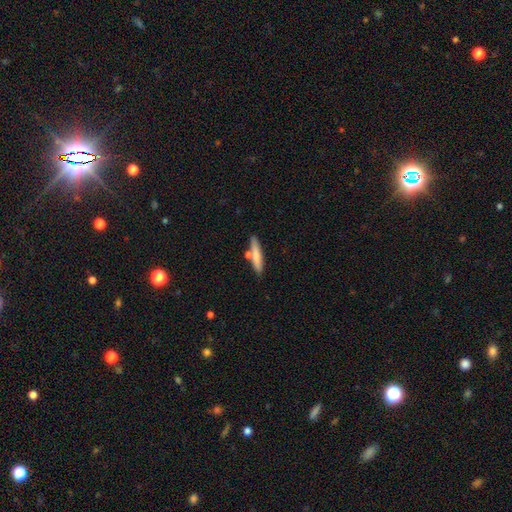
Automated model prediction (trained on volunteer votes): Smooth or featured? Predicted: smooth (p=0.72). How rounded? Predicted: cigar-shaped (p=0.86). Merging? Predicted: none (p=0.72).